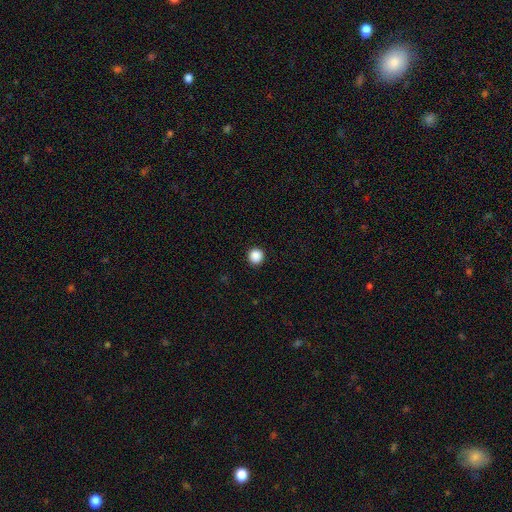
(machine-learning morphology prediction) smooth_or_featured: smooth (p=0.88) [alt: star or artifact p=0.10]
how_rounded: round (p=0.95) [alt: in between p=0.04]
merging: none (p=0.93) [alt: minor disturbance p=0.04]